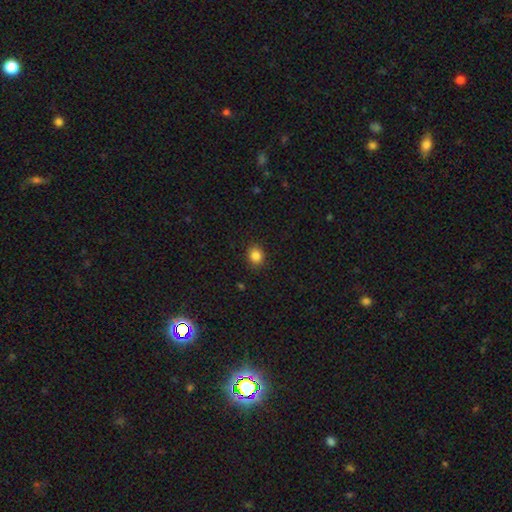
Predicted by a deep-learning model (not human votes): Overall: smooth (86%). How rounded: round (70%). Merging: none (88%).